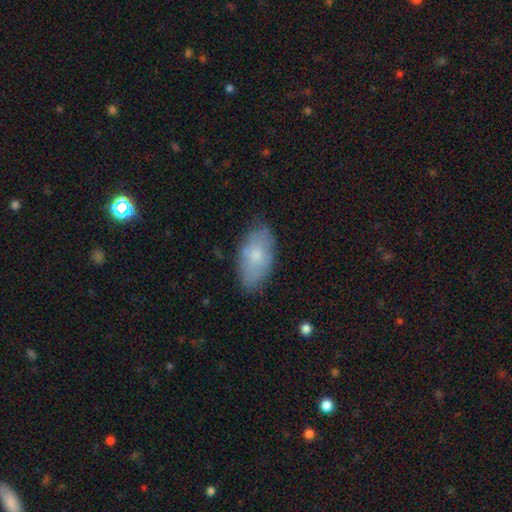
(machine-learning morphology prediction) Smooth or featured? smooth (73%)
How rounded? in between (94%)
Merging? none (75%)